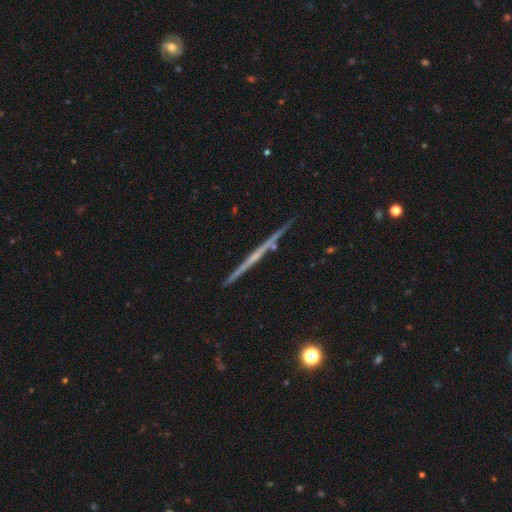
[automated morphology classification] smooth_or_featured: featured or disk (p=0.72) [alt: smooth p=0.21]
disk_edge_on: yes (p=0.98) [alt: no p=0.02]
edge_on_bulge: none (p=0.73) [alt: rounded p=0.21]
merging: none (p=0.89) [alt: minor disturbance p=0.08]